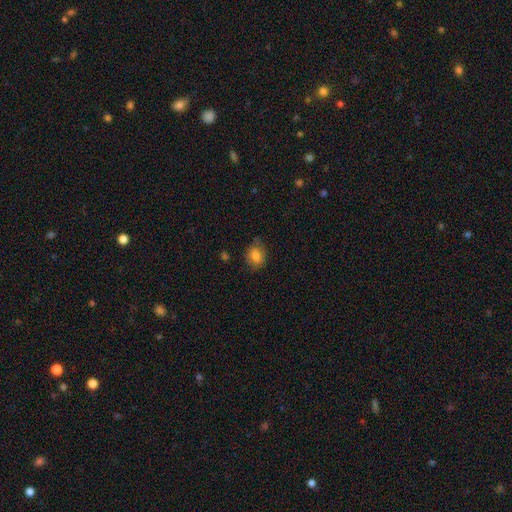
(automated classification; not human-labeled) Morphology: type=smooth (82%); roundness=round (55%); merging=none (71%).